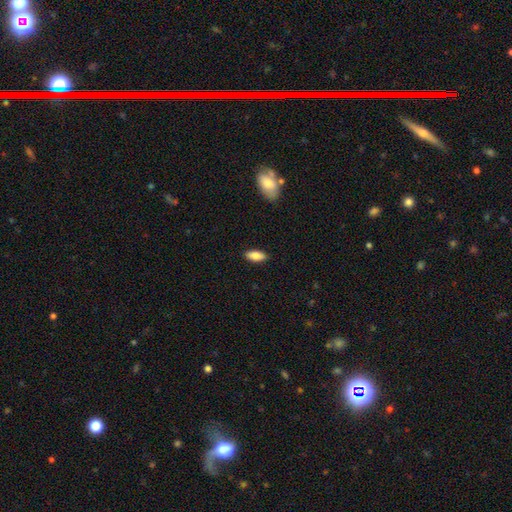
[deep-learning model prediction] This appears to be a smooth galaxy with no disk features (83%) that is in between round and cigar-shaped (85%). Merging: none (88%).